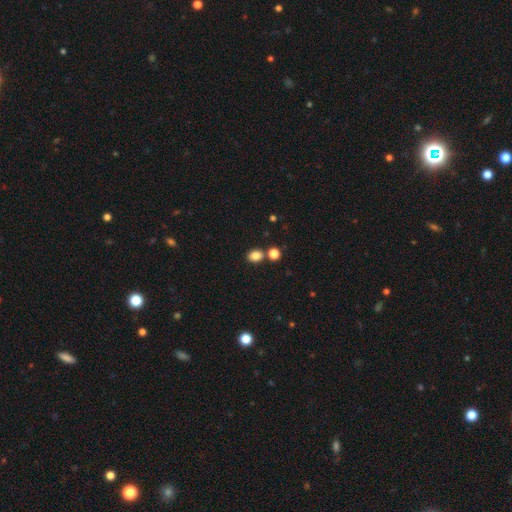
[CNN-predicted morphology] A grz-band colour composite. It shows a smooth galaxy with no disk features (83%) that is round (51%). Merging: none (71%).